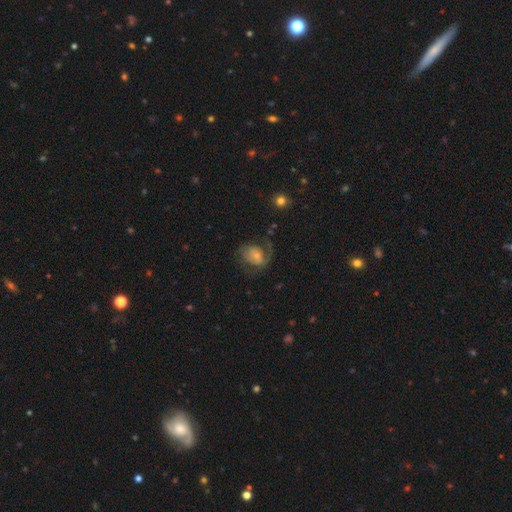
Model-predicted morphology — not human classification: Smooth or featured?
  - featured or disk: 52% *
  - smooth: 40%
  - star or artifact: 8%
Edge-on disk?
  - no: 97% *
  - yes: 3%
Merging?
  - none: 45% *
  - major disturbance: 31%
  - minor disturbance: 21%
  - merger: 2%